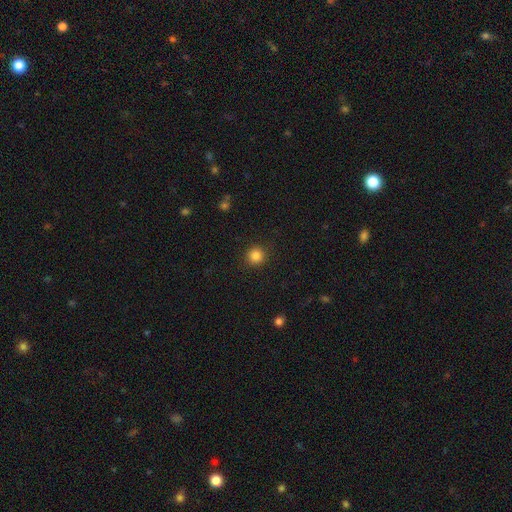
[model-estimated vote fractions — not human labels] A smooth galaxy with no disk features (85%) that is round (94%). Merging: none (91%).